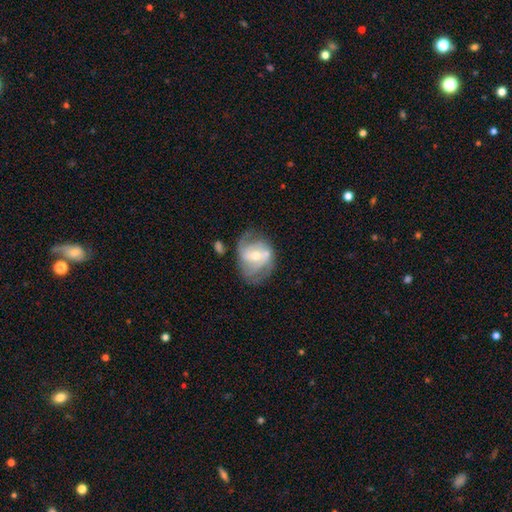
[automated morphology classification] Smooth or featured: featured or disk — 74% (smooth — 19%)
Edge-on disk: no — 97% (yes — 3%)
Bar: weak — 44% (no — 37%)
Spiral arms: yes — 85% (no — 15%)
Spiral winding: medium — 46% (tight — 29%)
Spiral arm count: 2 — 51% (can't tell — 21%)
Bulge size: moderate — 51% (small — 44%)
Merging: none — 53% (minor disturbance — 24%)